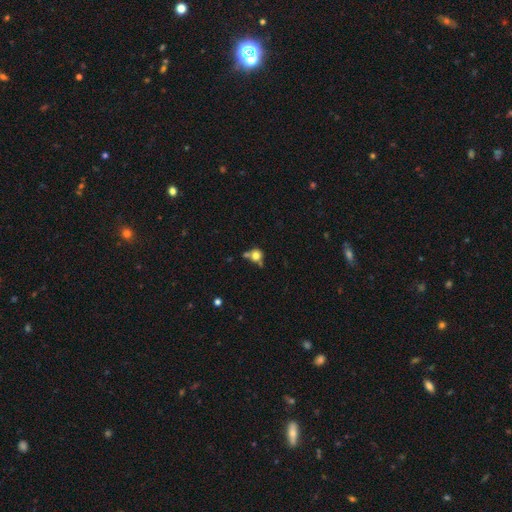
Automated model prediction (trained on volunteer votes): Smooth or featured? smooth (72%)
How rounded? round (80%)
Merging? none (43%)